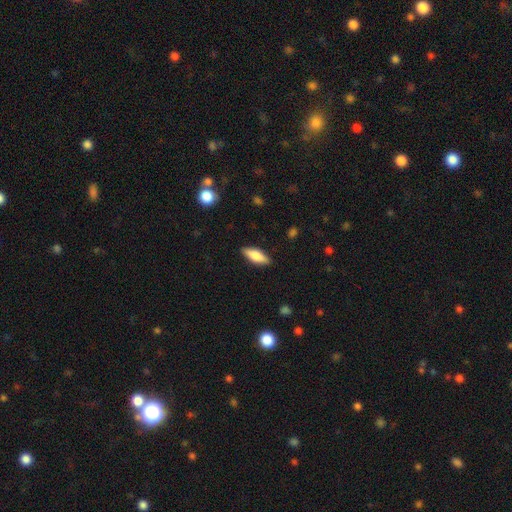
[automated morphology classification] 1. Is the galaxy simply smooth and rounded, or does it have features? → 71% smooth, 23% featured or disk, 6% star or artifact.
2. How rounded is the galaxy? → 62% in between, 35% cigar-shaped, 2% round.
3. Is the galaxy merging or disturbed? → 88% none, 9% minor disturbance, 2% major disturbance, 1% merger.